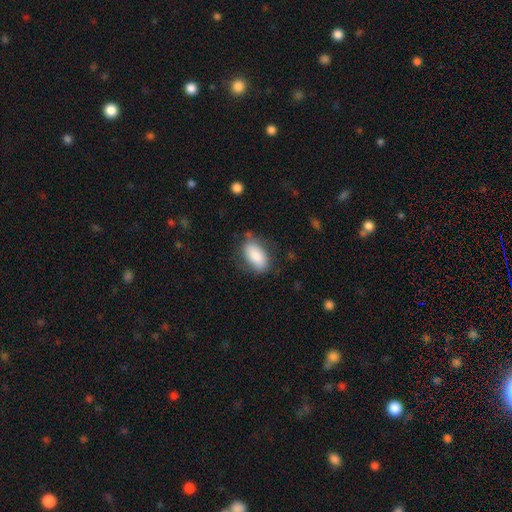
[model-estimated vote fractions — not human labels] This appears to be a smooth galaxy with no disk features (84%) that is in between round and cigar-shaped (92%). Merging: none (72%).